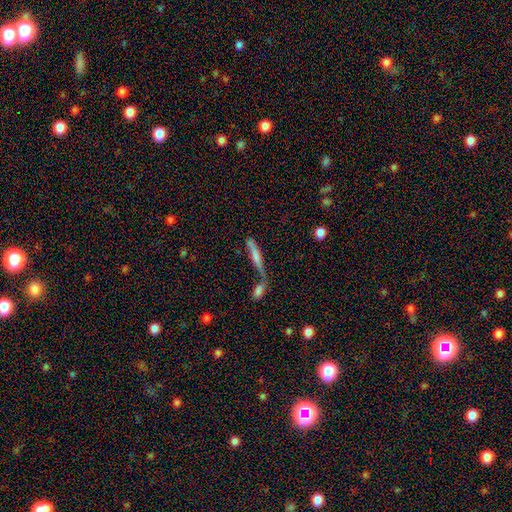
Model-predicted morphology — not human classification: A featured or disk galaxy (55%) viewed edge-on (89%).

Vote fractions:
- Smooth or featured? featured or disk: 55% / smooth: 31% / star or artifact: 14%
- Edge-on disk? yes: 89% / no: 11%
- Merging? none: 52% / merger: 29% / minor disturbance: 12% / major disturbance: 7%